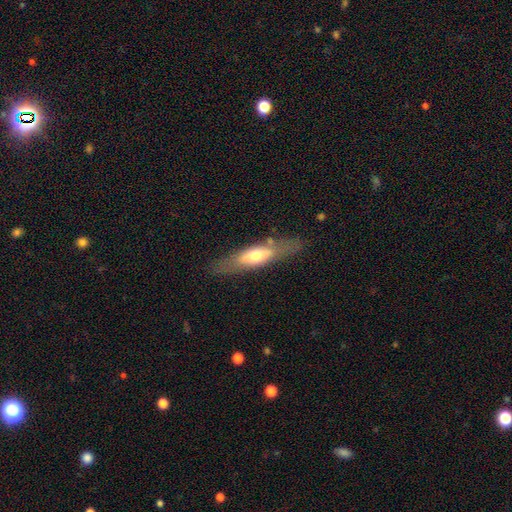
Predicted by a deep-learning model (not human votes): Smooth or featured? smooth (48%)
Merging? none (75%)